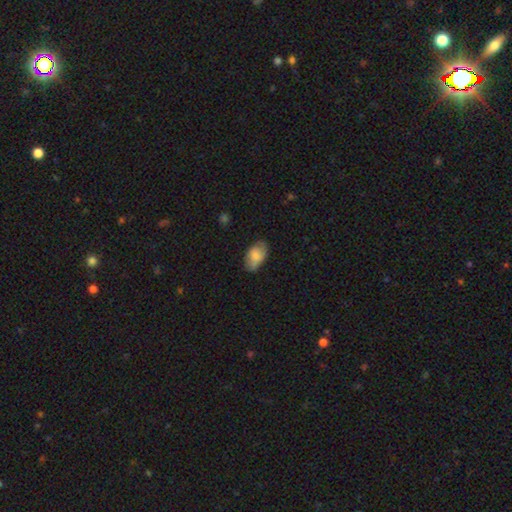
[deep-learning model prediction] A smooth galaxy with no disk features (78%) that is in between round and cigar-shaped (93%).

Vote fractions:
- Smooth or featured? smooth: 78% / featured or disk: 15% / star or artifact: 7%
- How rounded? in between: 93% / round: 6% / cigar-shaped: 2%
- Merging? none: 64% / minor disturbance: 29% / major disturbance: 6% / merger: 1%